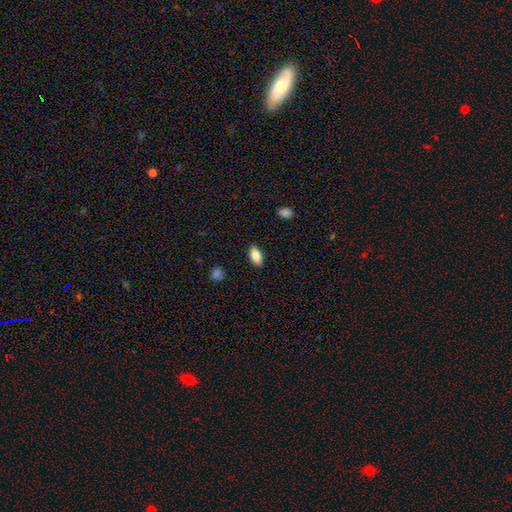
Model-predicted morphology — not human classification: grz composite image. It shows a smooth galaxy with no disk features (85%) that is in between round and cigar-shaped (91%). Merging: none (88%).